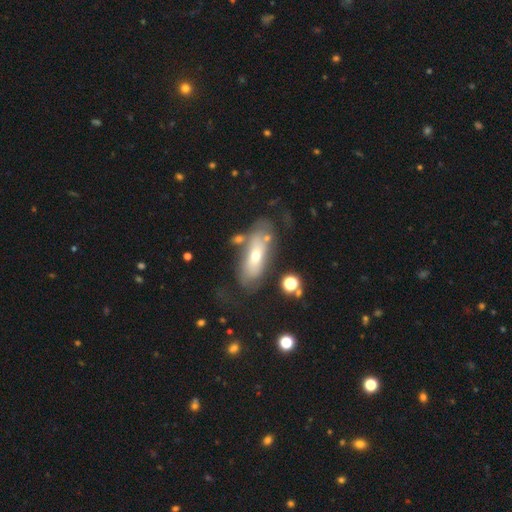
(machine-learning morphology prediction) Smooth or featured? featured or disk (54%)
Edge-on disk? no (74%)
Merging? none (57%)